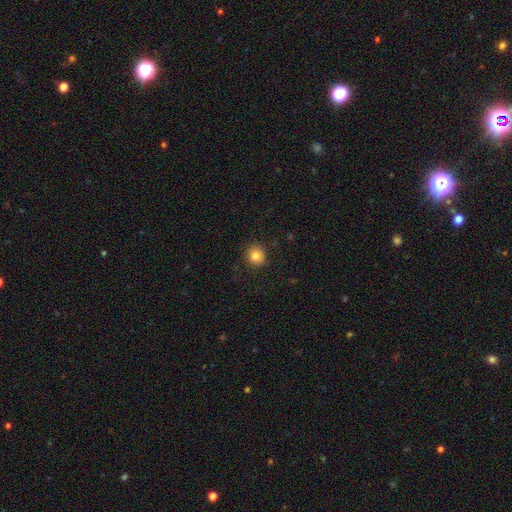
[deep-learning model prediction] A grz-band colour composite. It shows a smooth galaxy with no disk features (83%) that is round (90%). Merging: none (89%).